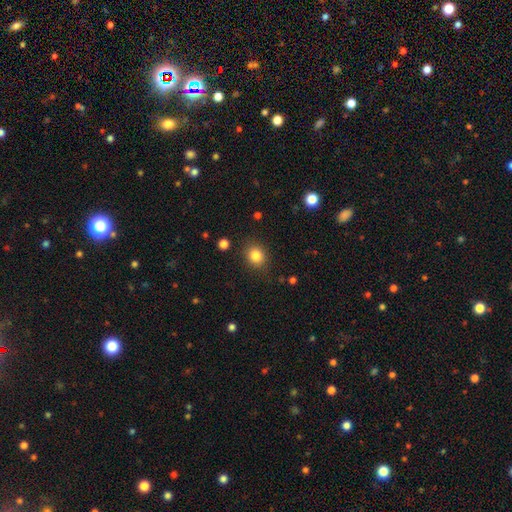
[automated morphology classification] Smooth or featured: smooth — 84% (star or artifact — 11%)
How rounded: round — 75% (in between — 24%)
Merging: none — 87% (minor disturbance — 9%)